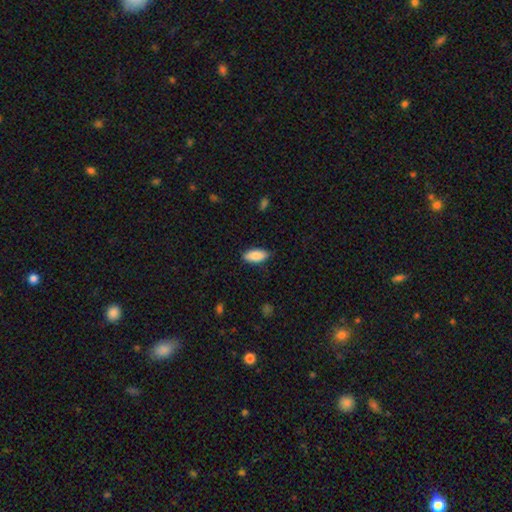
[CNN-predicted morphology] This appears to be a smooth galaxy with no disk features (87%) that is in between round and cigar-shaped (87%). Merging: none (86%).